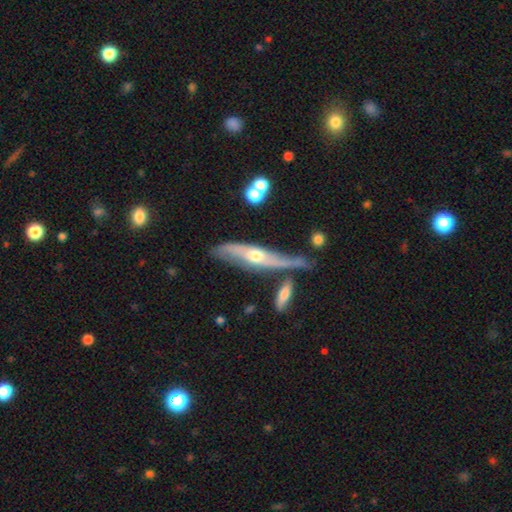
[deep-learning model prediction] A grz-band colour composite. It shows a featured or disk galaxy (66%) viewed edge-on (65%). Merging: none (54%).